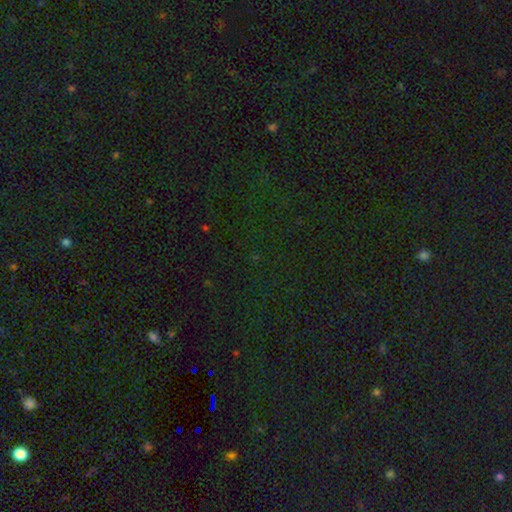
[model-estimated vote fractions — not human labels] Smooth or featured? Predicted: star or artifact (p=0.81).